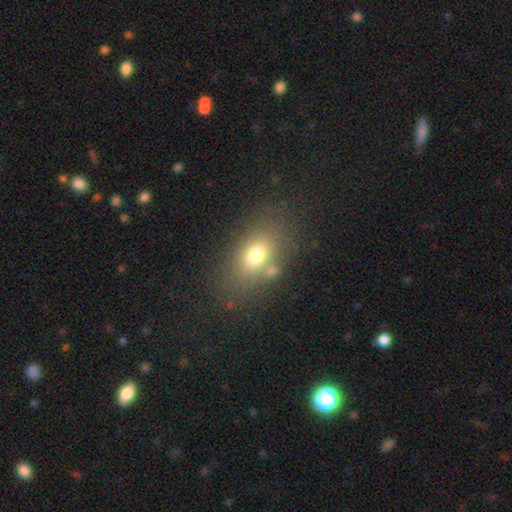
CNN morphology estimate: Overall: smooth (70%). How rounded: in between (77%). Merging: none (68%).